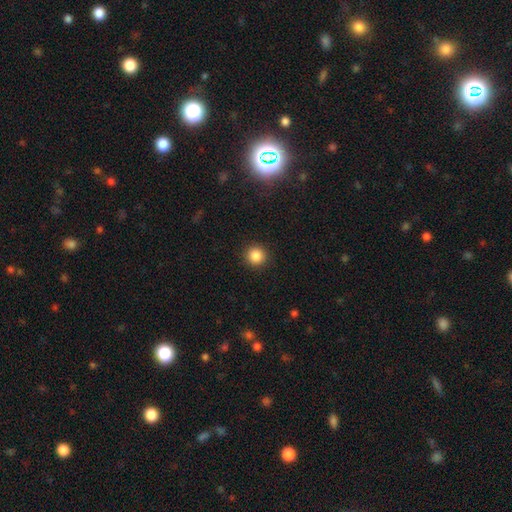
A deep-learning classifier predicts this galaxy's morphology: A smooth galaxy with no disk features (85%) that is round (95%). Merging: none (92%).